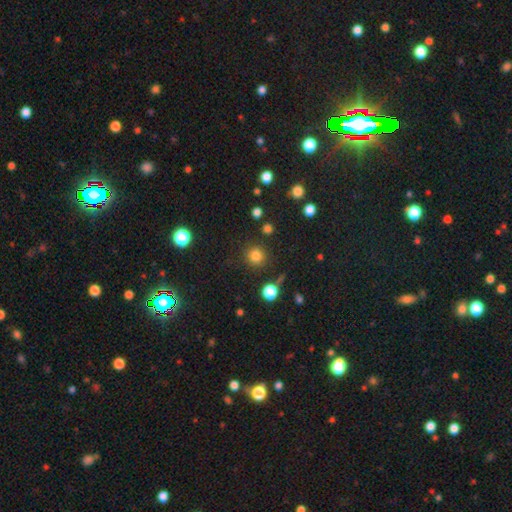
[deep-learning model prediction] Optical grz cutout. It shows a smooth galaxy with no disk features (81%) that is round (93%). Merging: none (87%).